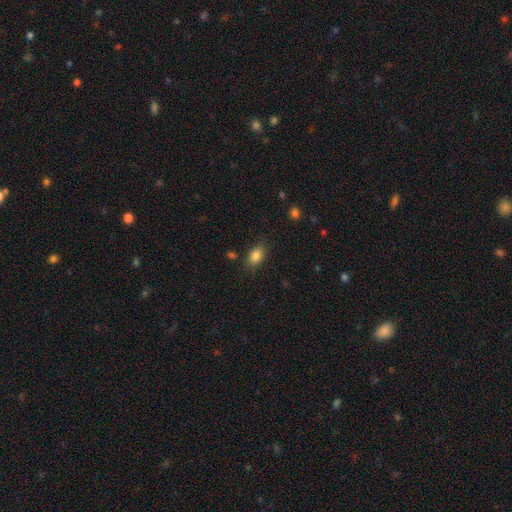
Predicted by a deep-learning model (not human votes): smooth 85%, star or artifact 9%, featured or disk 6%. Down the decision tree: how rounded — in between (85%); merging — none (82%).